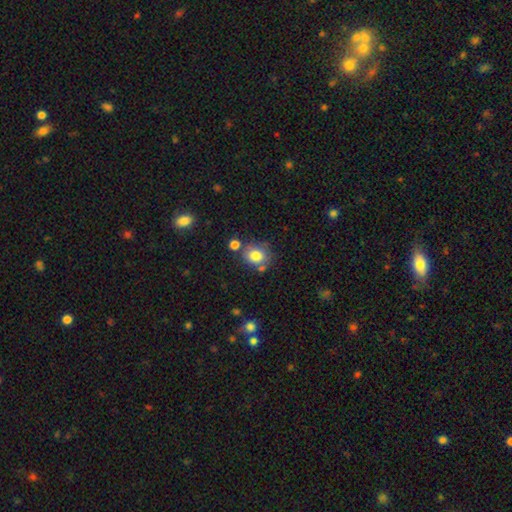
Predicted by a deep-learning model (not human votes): A smooth galaxy with no disk features (80%) that is round (69%).

Vote fractions:
- Smooth or featured? smooth: 80% / star or artifact: 10% / featured or disk: 10%
- How rounded? round: 69% / in between: 30% / cigar-shaped: 1%
- Merging? none: 66% / minor disturbance: 15% / merger: 14% / major disturbance: 5%